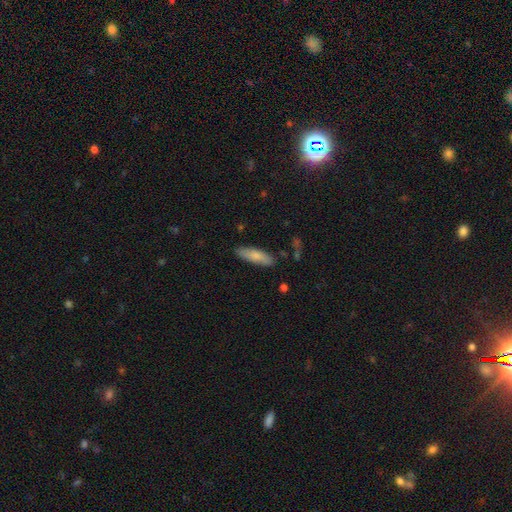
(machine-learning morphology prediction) Overall: smooth (78%). How rounded: cigar-shaped (63%; in between 35%). Merging: none (86%).